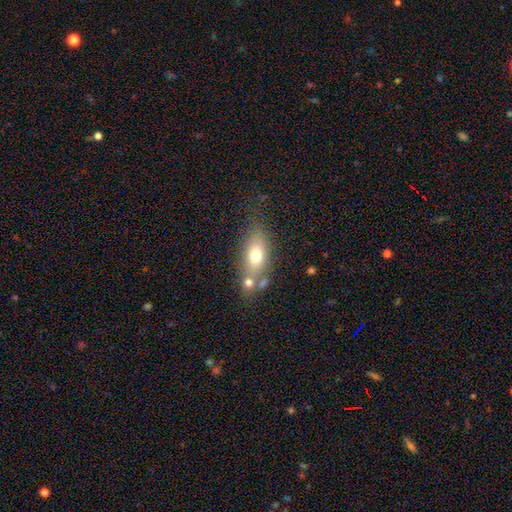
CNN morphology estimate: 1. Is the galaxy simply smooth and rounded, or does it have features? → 67% smooth, 23% featured or disk, 10% star or artifact.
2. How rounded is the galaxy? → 74% in between, 14% cigar-shaped, 12% round.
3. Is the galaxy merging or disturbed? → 52% none, 27% merger, 15% minor disturbance, 7% major disturbance.